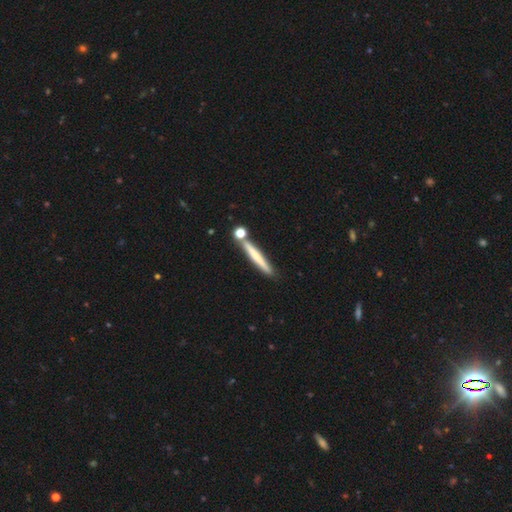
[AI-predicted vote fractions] Smooth or featured? Predicted: smooth (p=0.55). How rounded? Predicted: cigar-shaped (p=0.94). Merging? Predicted: none (p=0.77).